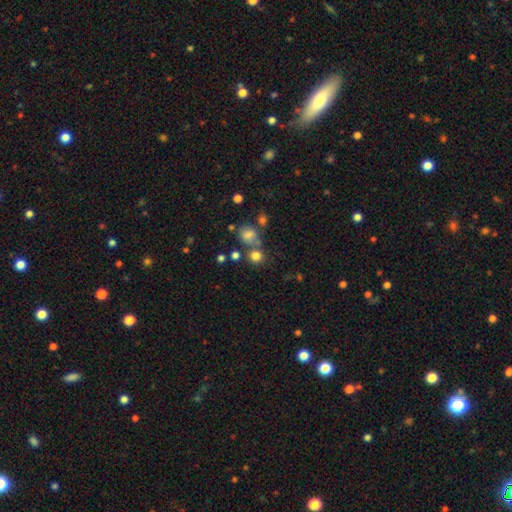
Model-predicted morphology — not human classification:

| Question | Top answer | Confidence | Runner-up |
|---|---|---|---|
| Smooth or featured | smooth | 77% | star or artifact (15%) |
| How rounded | round | 84% | in between (15%) |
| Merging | none | 63% | merger (23%) |